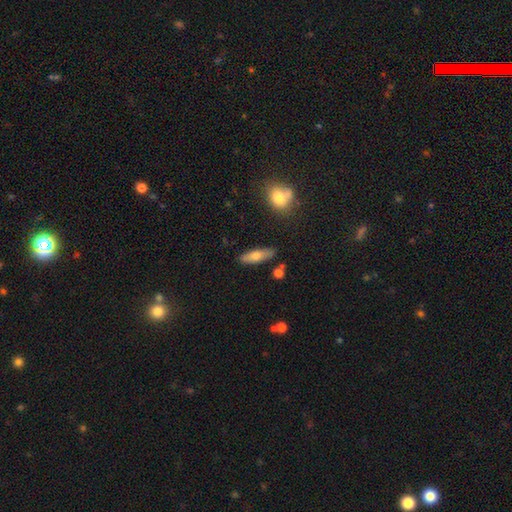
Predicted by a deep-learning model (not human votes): smooth_or_featured: smooth (p=0.67) [alt: featured or disk p=0.26]
how_rounded: in between (p=0.49) [alt: cigar-shaped p=0.47]
merging: none (p=0.84) [alt: minor disturbance p=0.10]